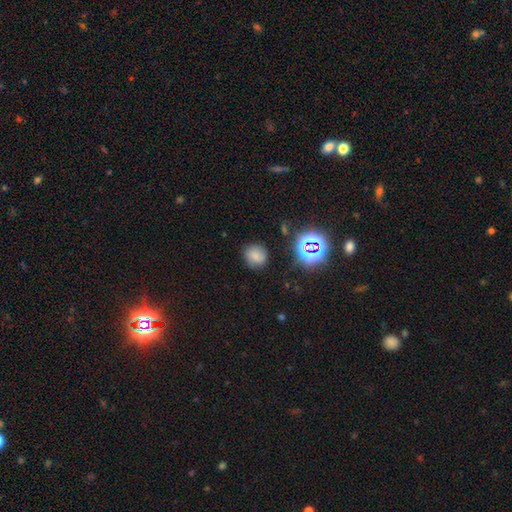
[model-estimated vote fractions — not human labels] Overall: smooth (71%). How rounded: round (80%). Merging: none (79%).